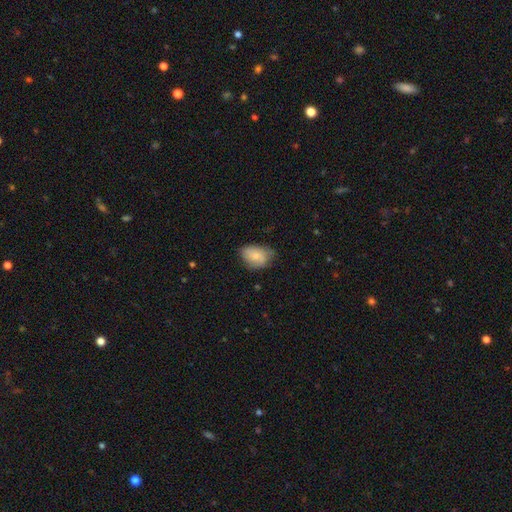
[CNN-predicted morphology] Smooth or featured? Predicted: smooth (p=0.74). How rounded? Predicted: in between (p=0.82). Merging? Predicted: none (p=0.54).